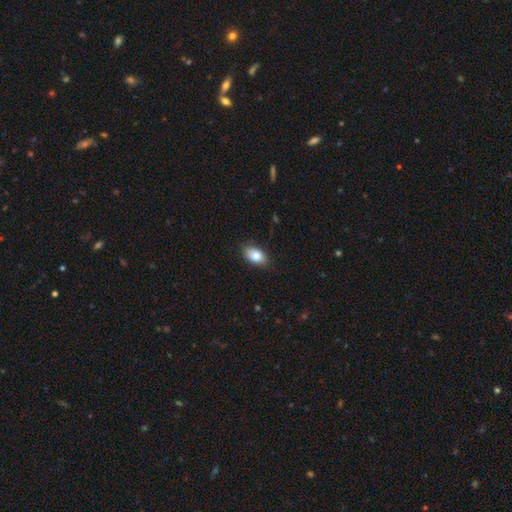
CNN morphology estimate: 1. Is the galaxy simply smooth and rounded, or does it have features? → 82% smooth, 10% featured or disk, 7% star or artifact.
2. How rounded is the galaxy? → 91% in between, 7% round, 2% cigar-shaped.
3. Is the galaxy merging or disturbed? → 86% none, 11% minor disturbance, 2% major disturbance, 1% merger.